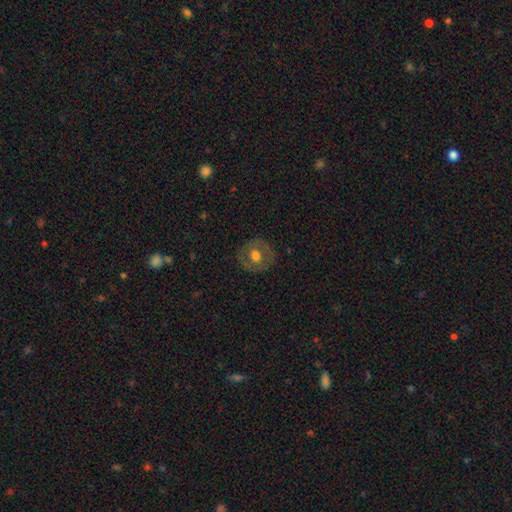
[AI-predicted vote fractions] Q: Smooth or featured?
A: smooth (54%); runner-up: featured or disk (38%)
Q: How rounded?
A: round (87%); runner-up: in between (12%)
Q: Merging?
A: none (85%); runner-up: minor disturbance (10%)